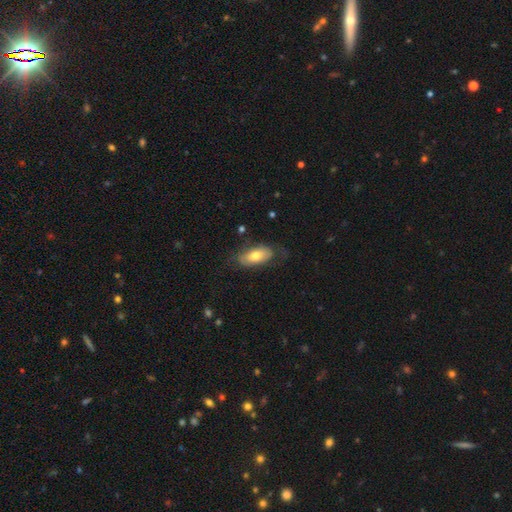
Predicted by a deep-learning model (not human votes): smooth_or_featured: smooth (p=0.60) [alt: featured or disk p=0.34]
how_rounded: in between (p=0.89) [alt: cigar-shaped p=0.08]
merging: none (p=0.61) [alt: minor disturbance p=0.23]